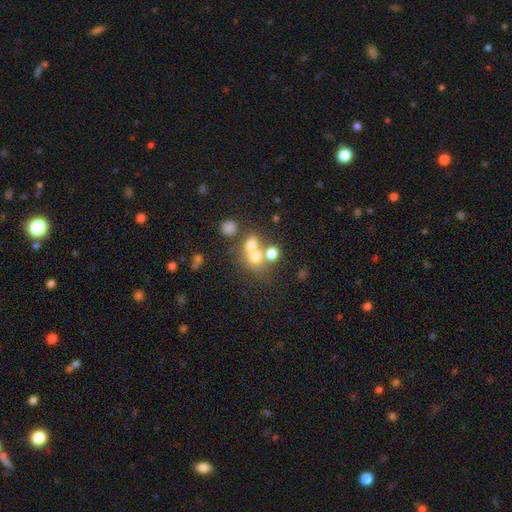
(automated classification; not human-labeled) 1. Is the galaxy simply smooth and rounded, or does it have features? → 64% smooth, 18% featured or disk, 17% star or artifact.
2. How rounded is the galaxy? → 71% round, 28% in between, 1% cigar-shaped.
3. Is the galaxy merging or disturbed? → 50% merger, 36% none, 8% minor disturbance, 6% major disturbance.